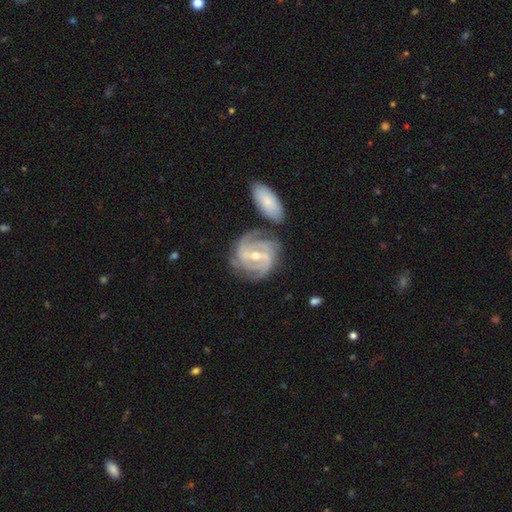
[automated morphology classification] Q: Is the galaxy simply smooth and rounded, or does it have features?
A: featured or disk — 90%.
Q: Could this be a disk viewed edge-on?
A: no — 97%.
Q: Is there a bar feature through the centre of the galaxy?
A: weak — 42%.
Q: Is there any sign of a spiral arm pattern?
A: yes — 98%.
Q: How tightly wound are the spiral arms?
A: tight — 59%.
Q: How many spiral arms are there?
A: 3 — 41%.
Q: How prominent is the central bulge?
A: small — 50%.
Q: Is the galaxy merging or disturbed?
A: none — 67%.